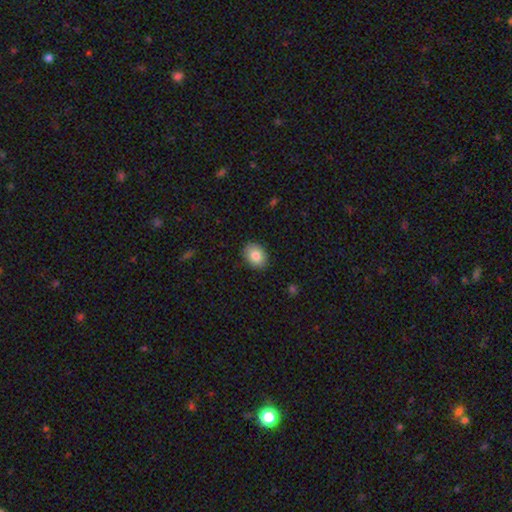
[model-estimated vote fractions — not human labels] smooth_or_featured: smooth (p=0.83) [alt: featured or disk p=0.09]
how_rounded: in between (p=0.70) [alt: round p=0.29]
merging: none (p=0.88) [alt: minor disturbance p=0.09]